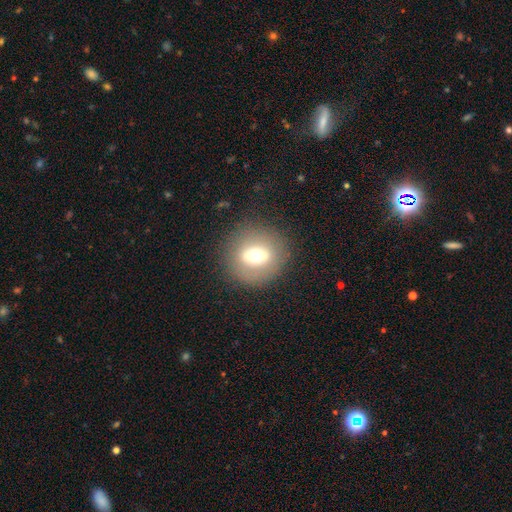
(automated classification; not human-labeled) smooth 50%, featured or disk 39%, star or artifact 11%. Down the decision tree: merging — none (85%).